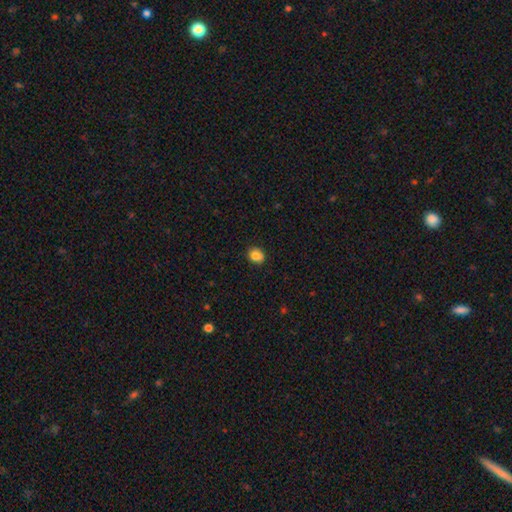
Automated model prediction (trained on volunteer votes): smooth_or_featured: smooth (p=0.84) [alt: star or artifact p=0.10]
how_rounded: round (p=0.64) [alt: in between p=0.35]
merging: none (p=0.82) [alt: minor disturbance p=0.14]